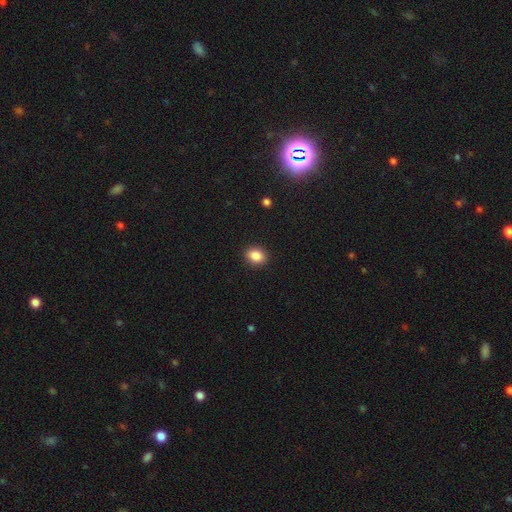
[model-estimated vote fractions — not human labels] Smooth or featured: smooth — 86% (star or artifact — 9%)
How rounded: in between — 52% (round — 47%)
Merging: none — 91% (minor disturbance — 6%)